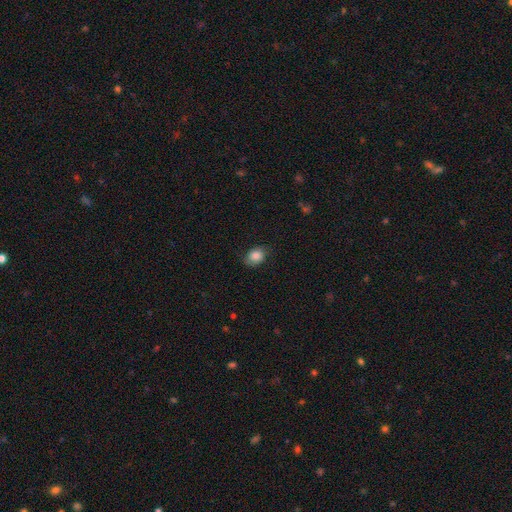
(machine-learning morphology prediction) smooth-or-featured: smooth: 84% | star or artifact: 8% | featured or disk: 7%
  how-rounded: in between: 63% | round: 36% | cigar-shaped: 1%
  merging: none: 76% | minor disturbance: 19% | major disturbance: 4% | merger: 1%